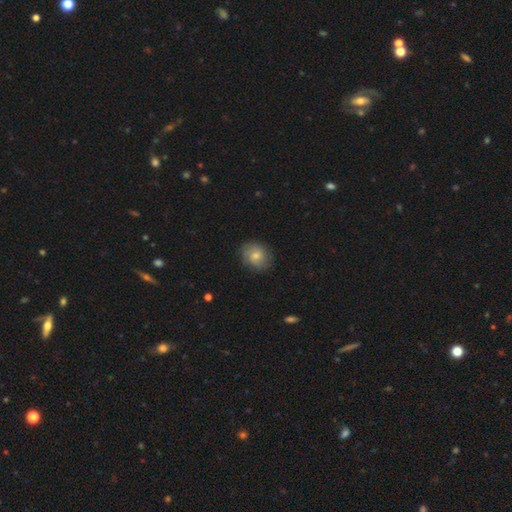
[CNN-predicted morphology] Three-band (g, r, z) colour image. It shows a smooth galaxy with no disk features (64%) that is round (66%). Merging: none (80%).